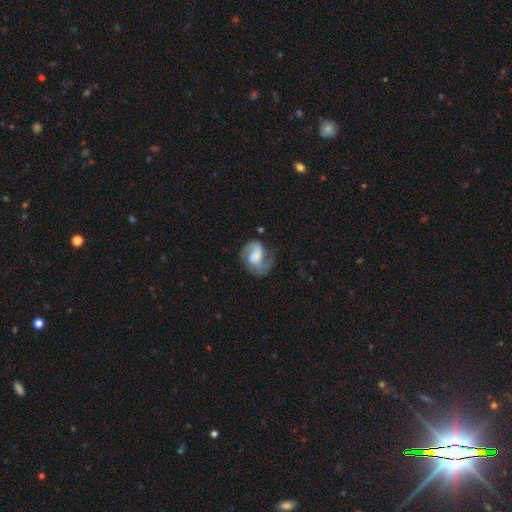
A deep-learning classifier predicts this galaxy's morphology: type=featured or disk (77%); edge-on=no (98%); bar=weak (47%); spiral arms=yes (93%); winding=medium (47%); arm count=2 (77%); bulge=moderate (31%); merging=none (52%).